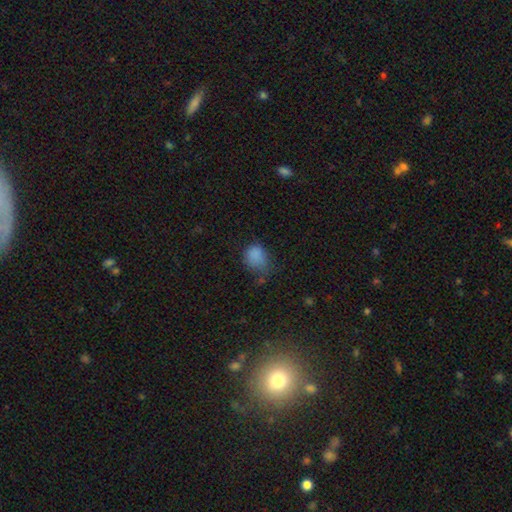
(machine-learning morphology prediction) type=smooth (81%); roundness=round (53%); merging=none (46%).